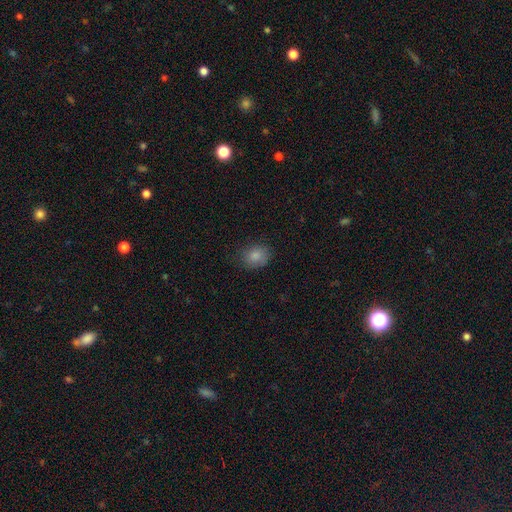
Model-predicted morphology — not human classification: type=smooth (85%); roundness=round (50%); merging=none (78%).